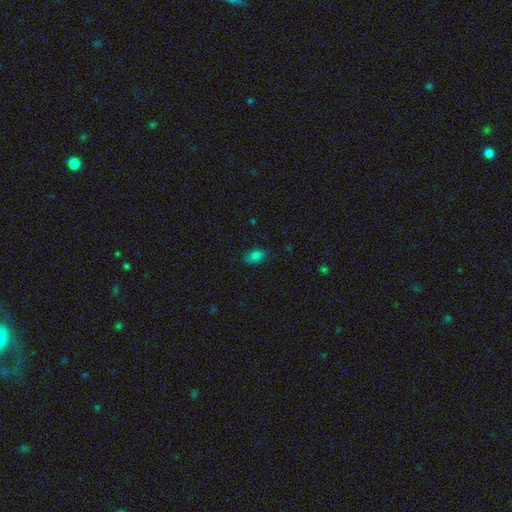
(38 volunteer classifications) smooth-or-featured: smooth: 89% | featured or disk: 8% | star or artifact: 3%
  how-rounded: in between: 76% | round: 18% | cigar-shaped: 6%
  merging: none: 76% | minor disturbance: 22% | major disturbance: 3% | merger: 0%